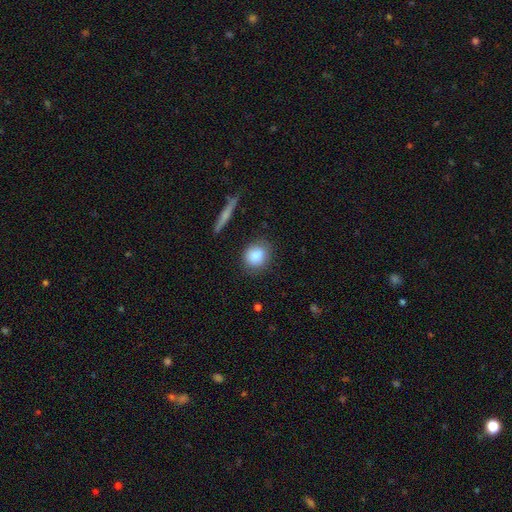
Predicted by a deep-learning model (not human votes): This appears to be a smooth galaxy with no disk features (86%) that is round (74%). Merging: none (81%).